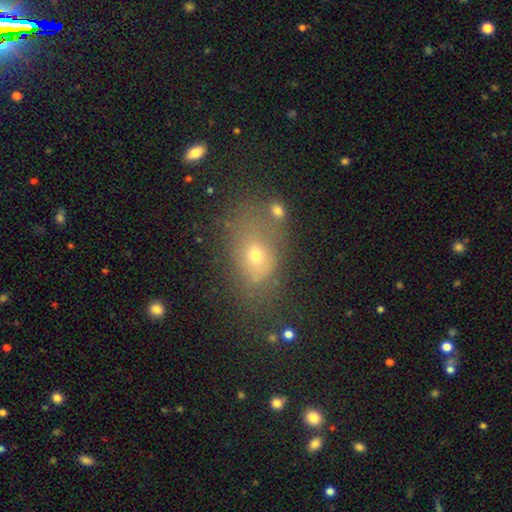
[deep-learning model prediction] Q: Smooth or featured?
A: smooth (59%); runner-up: featured or disk (21%)
Q: How rounded?
A: in between (67%); runner-up: round (30%)
Q: Merging?
A: none (57%); runner-up: minor disturbance (20%)